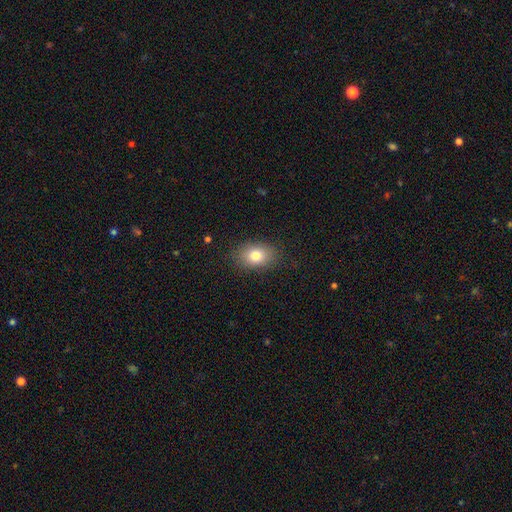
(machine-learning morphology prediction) Smooth or featured: smooth — 80% (featured or disk — 10%)
How rounded: in between — 78% (round — 21%)
Merging: none — 85% (minor disturbance — 11%)